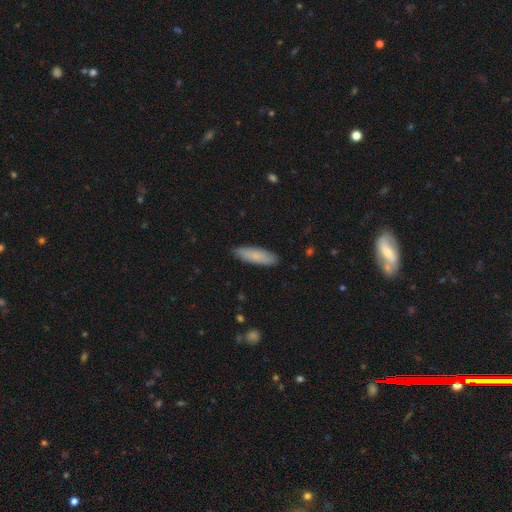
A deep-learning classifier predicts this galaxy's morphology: Smooth or featured? smooth (82%)
How rounded? cigar-shaped (60%)
Merging? none (89%)